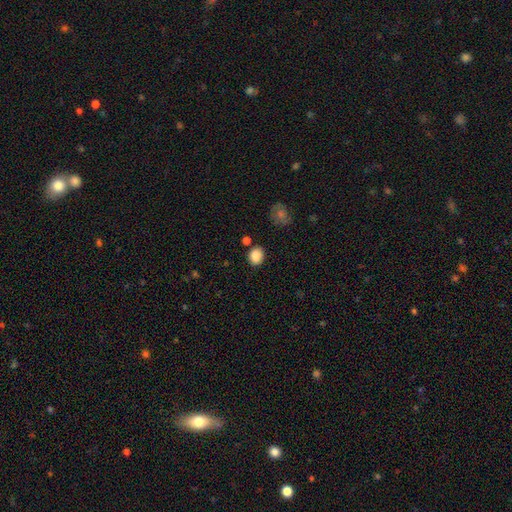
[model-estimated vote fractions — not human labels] Overall: smooth (88%). How rounded: round (53%; in between 46%). Merging: none (81%).